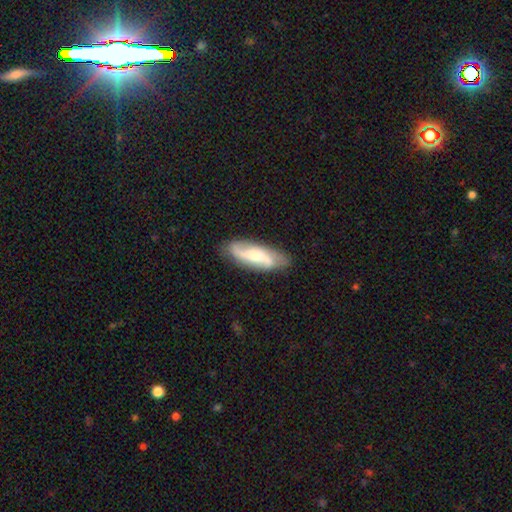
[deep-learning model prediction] Smooth or featured? featured or disk (62%)
Edge-on disk? no (86%)
Bar? no (45%)
Spiral arms? yes (92%)
Bulge size? moderate (38%)
Merging? none (78%)